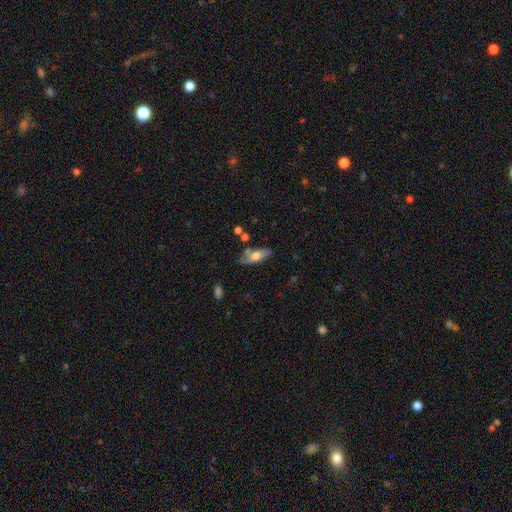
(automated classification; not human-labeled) smooth 63%, featured or disk 30%, star or artifact 7%. Down the decision tree: how rounded — in between (73%); merging — none (63%).